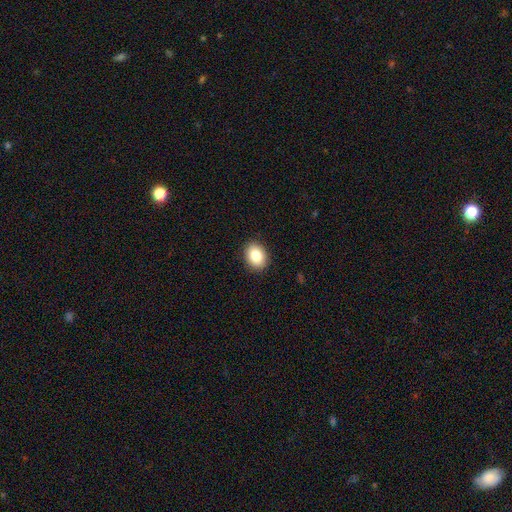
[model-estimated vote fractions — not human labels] smooth 85%, star or artifact 8%, featured or disk 7%. Down the decision tree: how rounded — in between (64%); merging — none (90%).